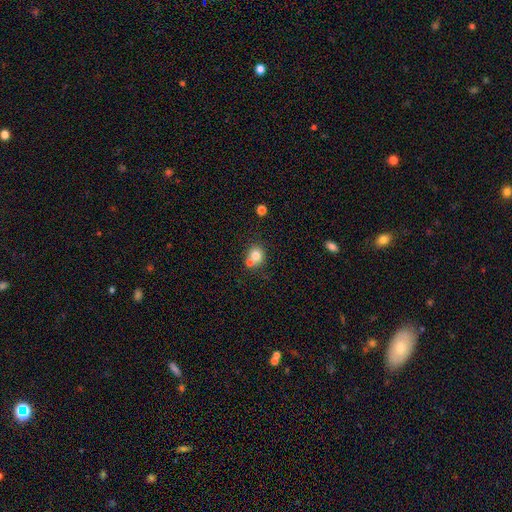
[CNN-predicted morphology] Overall: smooth (77%). How rounded: round (82%). Merging: none (51%; merger 38%).